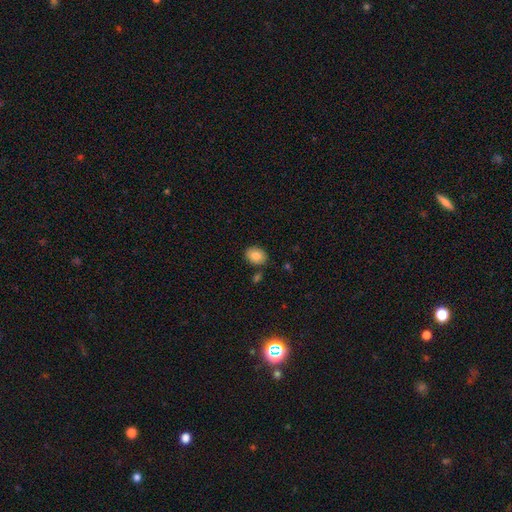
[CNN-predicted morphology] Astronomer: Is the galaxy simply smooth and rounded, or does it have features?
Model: smooth — 83%.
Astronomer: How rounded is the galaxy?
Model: in between — 65%.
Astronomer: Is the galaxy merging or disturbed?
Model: none — 84%.